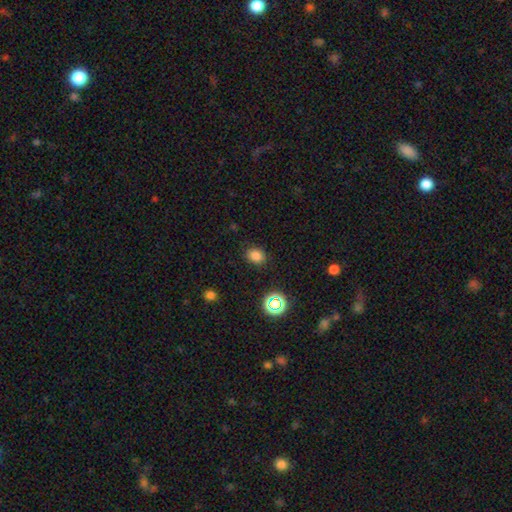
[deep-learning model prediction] Morphology: type=smooth (78%); roundness=in between (54%); merging=none (86%).